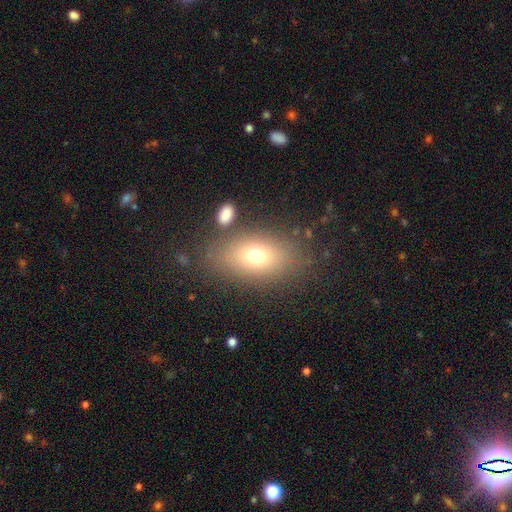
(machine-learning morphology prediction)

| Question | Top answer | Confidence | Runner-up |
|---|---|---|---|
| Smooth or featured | smooth | 72% | featured or disk (16%) |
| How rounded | in between | 82% | round (15%) |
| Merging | none | 77% | minor disturbance (12%) |